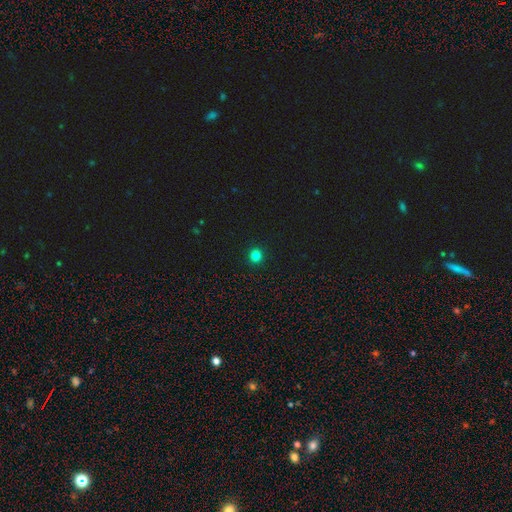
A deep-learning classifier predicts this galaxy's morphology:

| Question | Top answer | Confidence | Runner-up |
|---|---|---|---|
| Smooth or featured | smooth | 82% | star or artifact (14%) |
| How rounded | round | 94% | in between (5%) |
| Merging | none | 94% | minor disturbance (4%) |